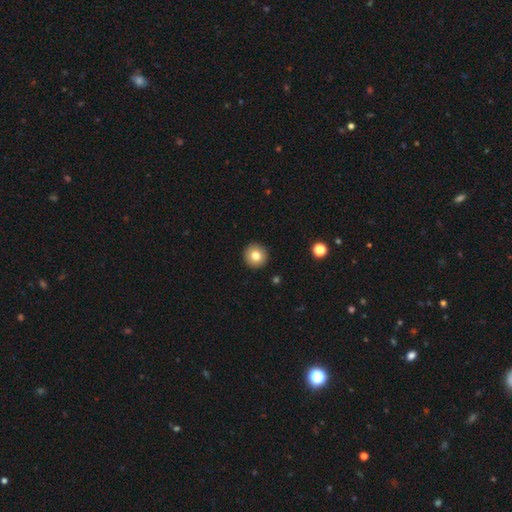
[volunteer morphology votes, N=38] This is clearly a smooth galaxy (84%). How rounded: clearly round (94%). Merging: clearly none (100%).